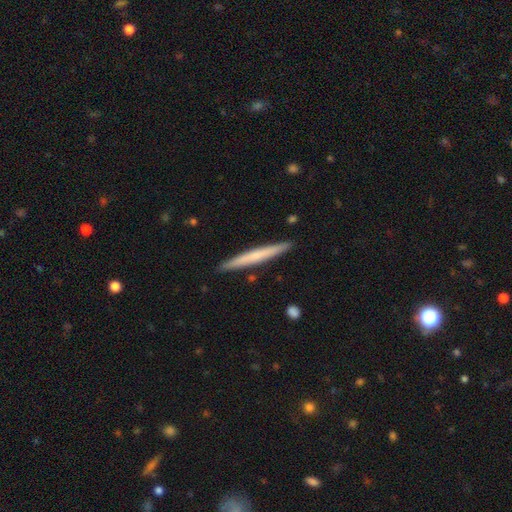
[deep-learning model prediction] smooth_or_featured: smooth (p=0.56) [alt: featured or disk p=0.38]
how_rounded: cigar-shaped (p=0.97) [alt: in between p=0.02]
merging: none (p=0.91) [alt: minor disturbance p=0.06]